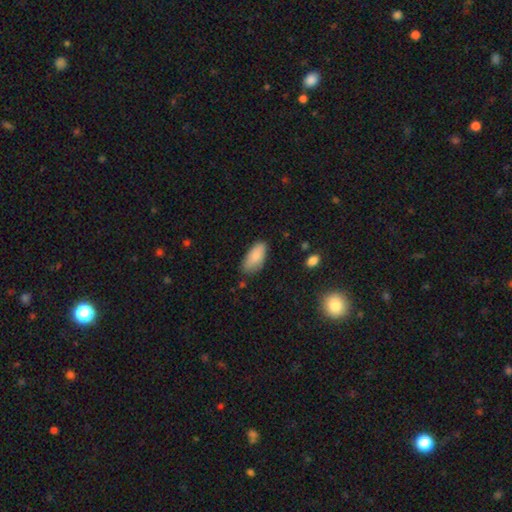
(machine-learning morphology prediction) Smooth or featured: smooth — 85% (featured or disk — 9%)
How rounded: in between — 90% (cigar-shaped — 8%)
Merging: none — 70% (minor disturbance — 24%)